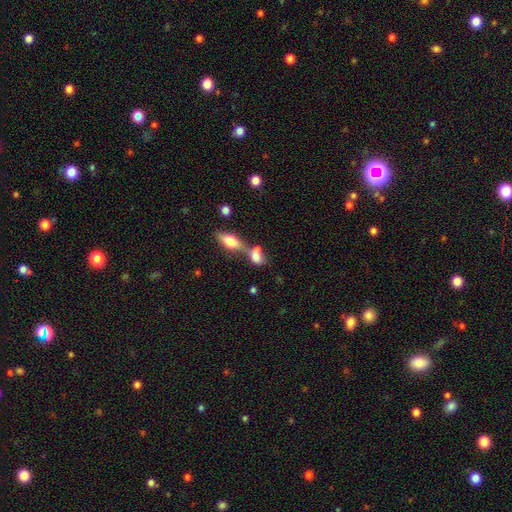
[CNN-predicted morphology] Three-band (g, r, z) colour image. It shows a smooth galaxy with no disk features (74%) that is in between round and cigar-shaped (76%). Merging: merger (58%).